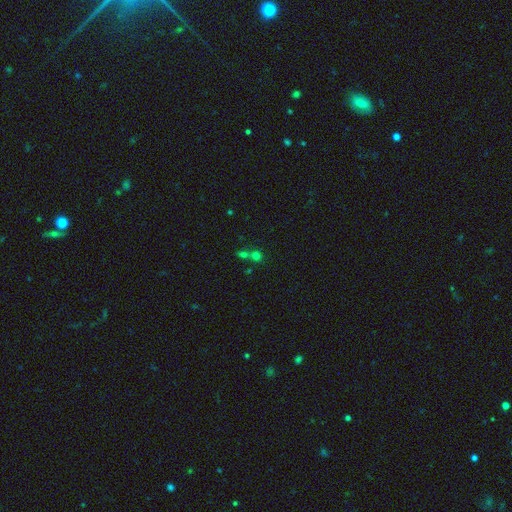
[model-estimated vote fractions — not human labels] smooth 61%, star or artifact 29%, featured or disk 10%. Down the decision tree: how rounded — round (83%); merging — none (48%).